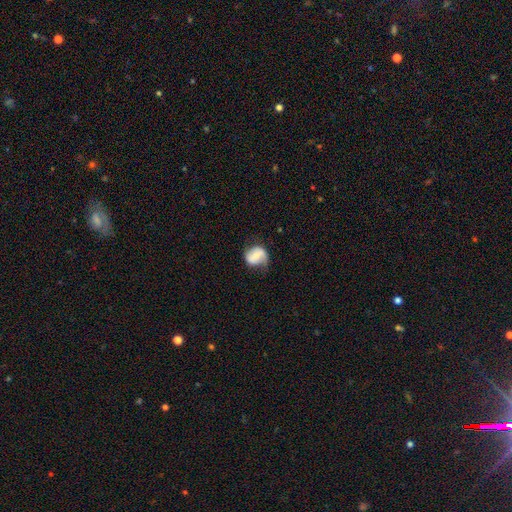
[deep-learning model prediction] The model was most divided on "smooth or featured": featured or disk: 48%, smooth: 44%, star or artifact: 8%. Remaining: merging — none (49%).